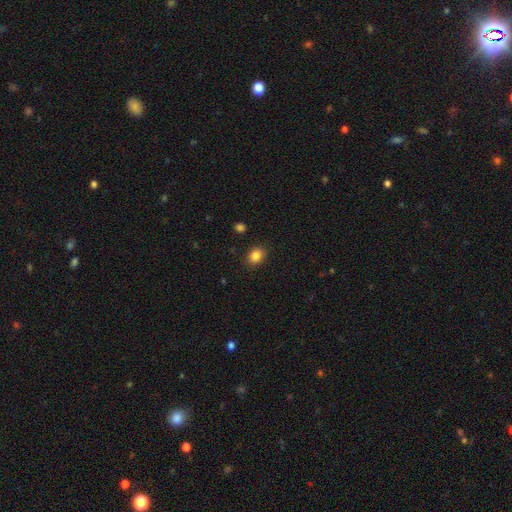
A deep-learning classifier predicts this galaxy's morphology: Smooth or featured? Predicted: smooth (p=0.85). How rounded? Predicted: in between (p=0.55). Merging? Predicted: none (p=0.87).